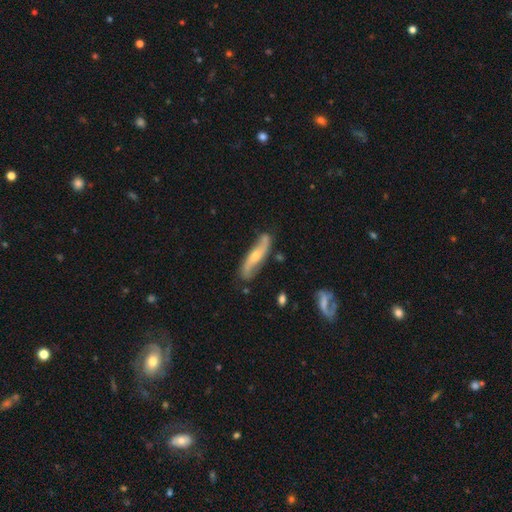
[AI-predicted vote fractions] Smooth or featured? Predicted: featured or disk (p=0.71). Edge-on disk? Predicted: no (p=0.74). Bar? Predicted: no (p=0.57). Spiral arms? Predicted: yes (p=0.92). Bulge size? Predicted: small (p=0.48). Merging? Predicted: none (p=0.75).